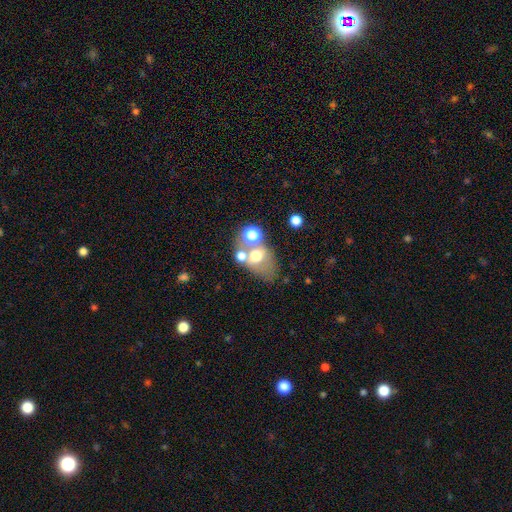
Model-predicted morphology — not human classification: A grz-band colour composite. It shows a smooth galaxy with no disk features (54%) that is in between round and cigar-shaped (64%). Merging: merger (40%).